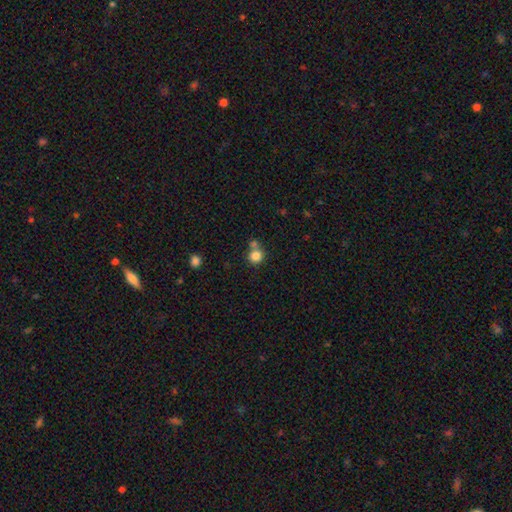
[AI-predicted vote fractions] Smooth or featured: smooth — 83% (star or artifact — 11%)
How rounded: round — 89% (in between — 10%)
Merging: none — 56% (merger — 31%)